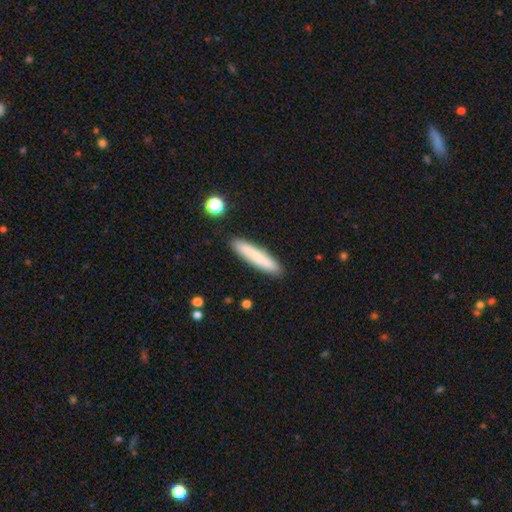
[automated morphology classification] Overall: smooth (77%). How rounded: cigar-shaped (90%). Merging: none (89%).